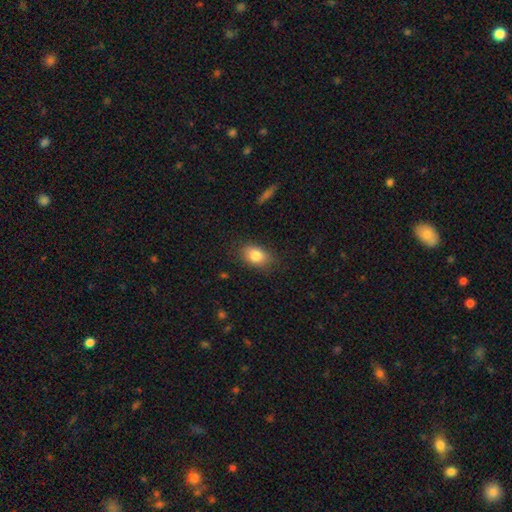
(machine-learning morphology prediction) A smooth galaxy with no disk features (82%) that is in between round and cigar-shaped (81%). Merging: none (81%).